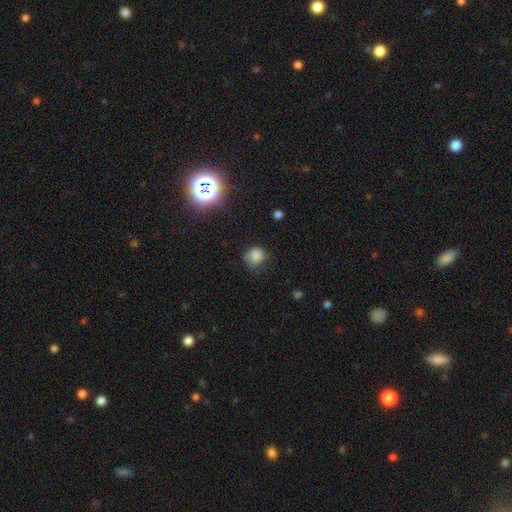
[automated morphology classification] Q: Smooth or featured?
A: smooth (81%); runner-up: star or artifact (13%)
Q: How rounded?
A: round (80%); runner-up: in between (19%)
Q: Merging?
A: none (59%); runner-up: minor disturbance (29%)